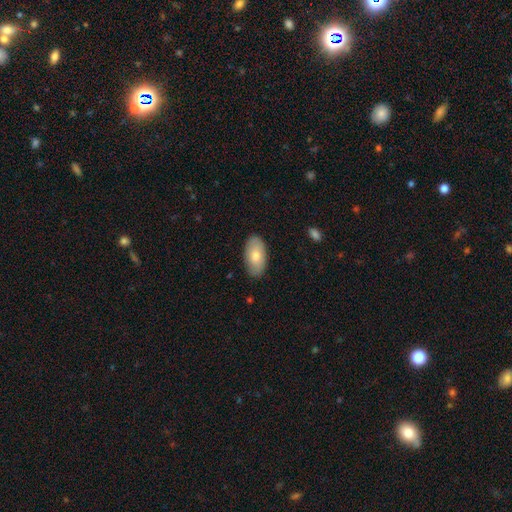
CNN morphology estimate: smooth 75%, featured or disk 19%, star or artifact 6%. Down the decision tree: how rounded — in between (95%); merging — none (86%).